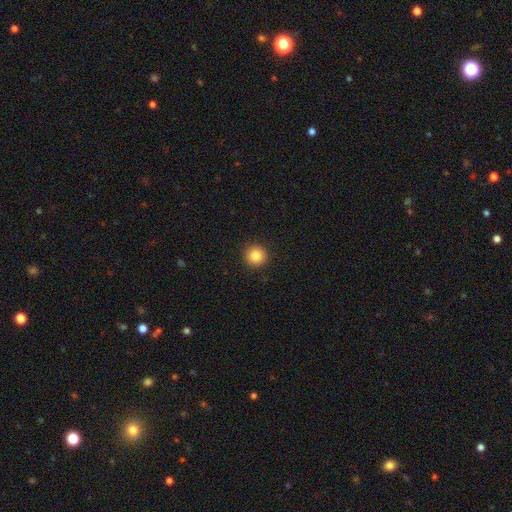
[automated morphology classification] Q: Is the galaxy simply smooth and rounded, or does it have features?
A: smooth — 83%.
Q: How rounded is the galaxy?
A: round — 95%.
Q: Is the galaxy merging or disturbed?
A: none — 93%.